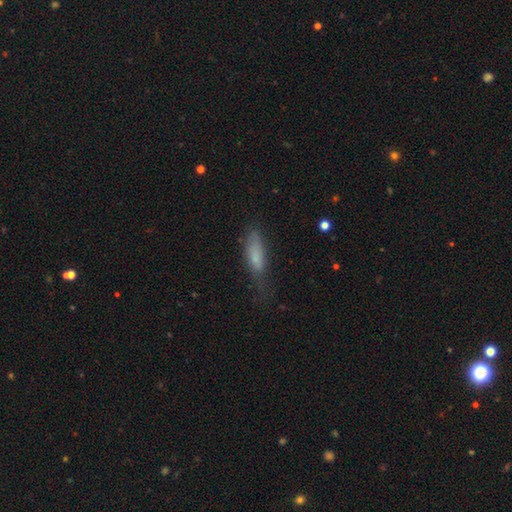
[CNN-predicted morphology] Overall: smooth (73%). How rounded: cigar-shaped (50%; in between 48%). Merging: none (47%; minor disturbance 31%).